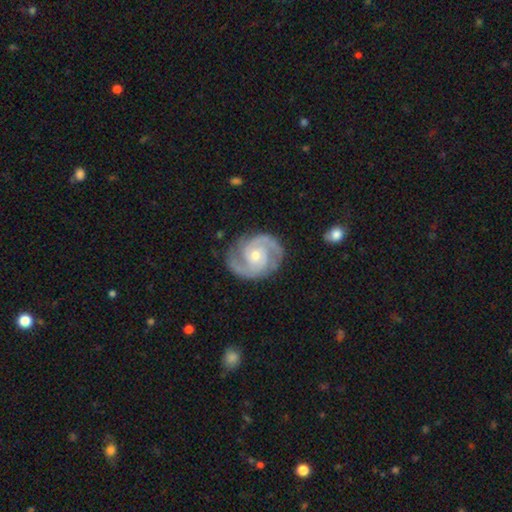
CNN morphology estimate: smooth-or-featured: featured or disk: 92% | smooth: 4% | star or artifact: 4%
  disk-edge-on: no: 98% | yes: 2%
    bar: no: 62% | weak: 30% | strong: 8%
    has-spiral-arms: yes: 98% | no: 2%
      spiral-winding: medium: 48% | tight: 45% | loose: 7%
      spiral-arm-count: 2: 87% | 3: 6% | can't tell: 2% | 4: 1% | 1: 1% | more than 4: 1%
    bulge-size: moderate: 48% (tied) | small: 48% (tied) | large: 2% | none: 1% | dominant: 1%
  merging: none: 83% | minor disturbance: 12% | major disturbance: 3% | merger: 1%